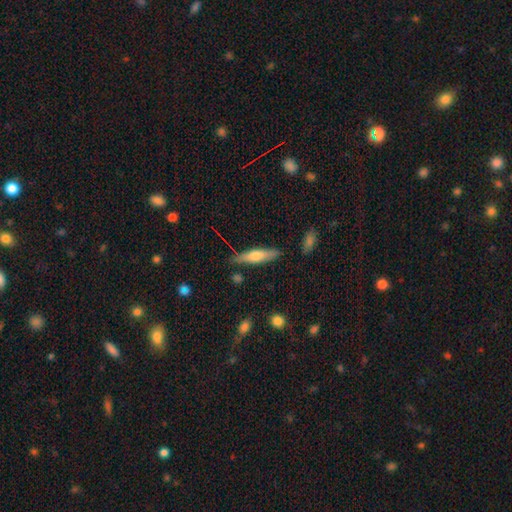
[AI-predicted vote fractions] smooth 53%, featured or disk 40%, star or artifact 6%. Down the decision tree: how rounded — cigar-shaped (81%); merging — none (82%).